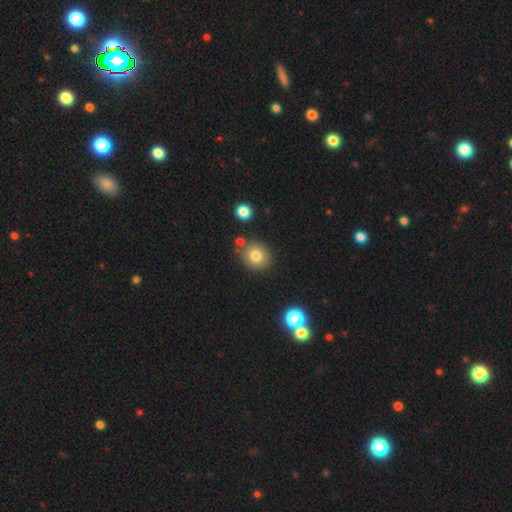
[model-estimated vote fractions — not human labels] Morphology: type=smooth (78%); roundness=round (75%); merging=none (77%).